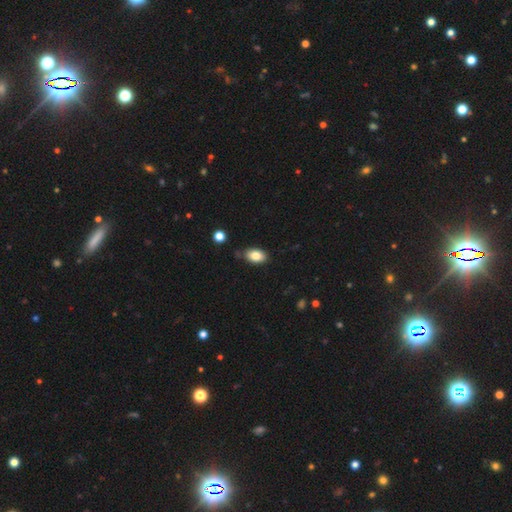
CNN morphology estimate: This is clearly a smooth galaxy (82%). How rounded: clearly in between (90%). Merging: likely none (76%).